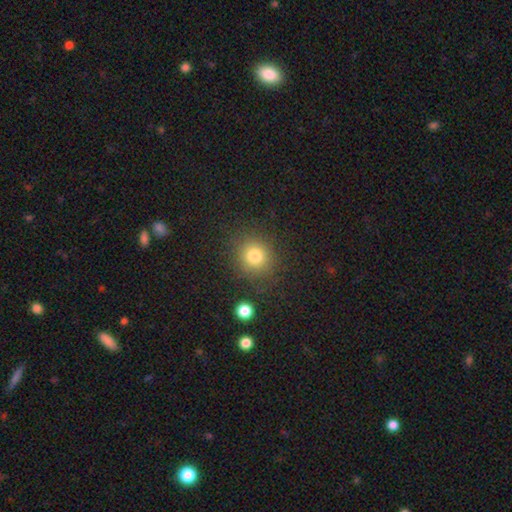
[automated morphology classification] Smooth or featured? Predicted: smooth (p=0.79). How rounded? Predicted: round (p=0.85). Merging? Predicted: none (p=0.84).